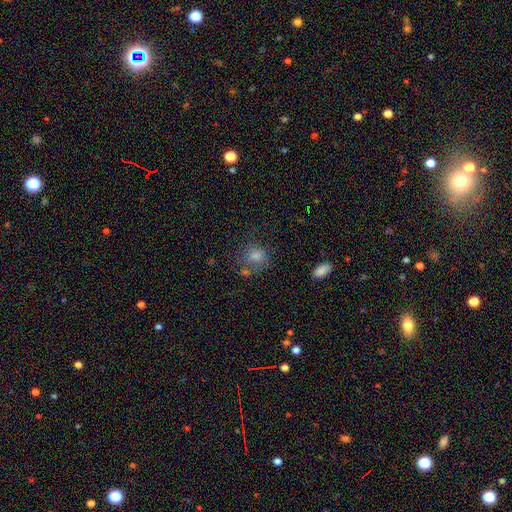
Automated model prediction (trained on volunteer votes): A smooth galaxy with no disk features (64%) that is round (70%).

Vote fractions:
- Smooth or featured? smooth: 64% / star or artifact: 19% / featured or disk: 17%
- How rounded? round: 70% / in between: 29% / cigar-shaped: 1%
- Merging? none: 61% / minor disturbance: 19% / major disturbance: 11% / merger: 9%